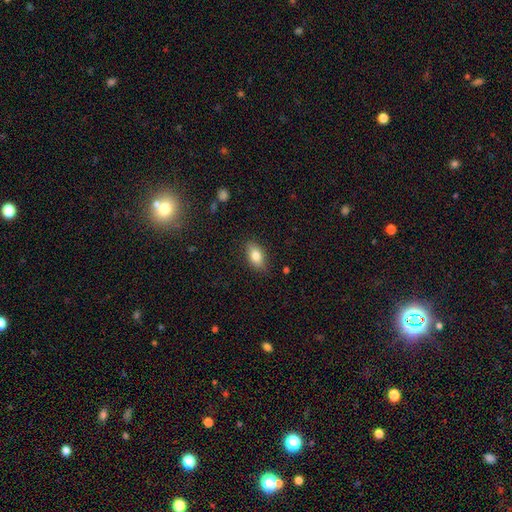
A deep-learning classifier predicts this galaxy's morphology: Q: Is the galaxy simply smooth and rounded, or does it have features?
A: smooth — 80%.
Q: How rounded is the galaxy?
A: in between — 88%.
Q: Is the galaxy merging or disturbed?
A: none — 84%.